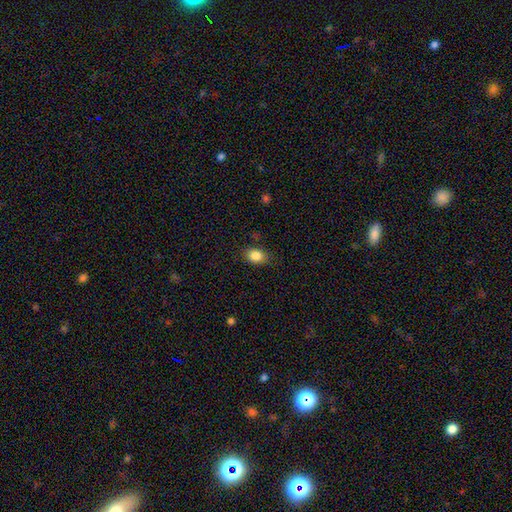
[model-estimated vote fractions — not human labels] smooth 85%, star or artifact 9%, featured or disk 6%. Down the decision tree: how rounded — in between (69%); merging — none (81%).